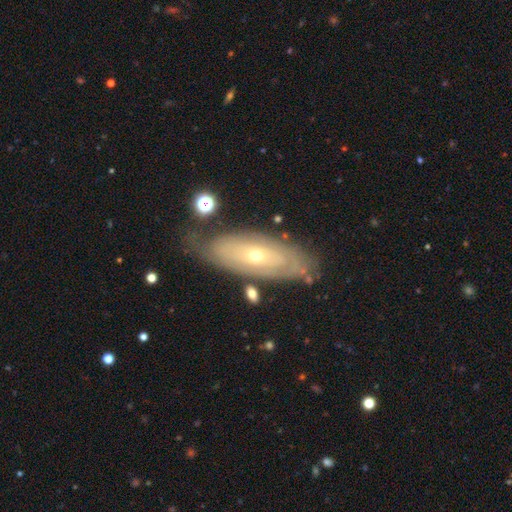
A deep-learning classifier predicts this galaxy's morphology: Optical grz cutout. It shows a featured or disk galaxy (69%) with no bar (85%), spiral arms (58%) and a small central bulge (61%). Merging: none (73%).